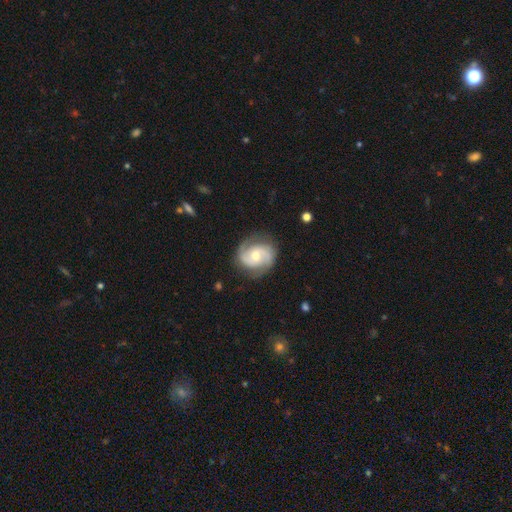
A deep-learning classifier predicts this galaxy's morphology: Q: Smooth or featured?
A: featured or disk (86%); runner-up: smooth (9%)
Q: Edge-on disk?
A: no (98%); runner-up: yes (2%)
Q: Bar?
A: no (59%); runner-up: weak (33%)
Q: Spiral arms?
A: yes (97%); runner-up: no (3%)
Q: Spiral winding?
A: medium (49%); runner-up: tight (35%)
Q: Spiral arm count?
A: 2 (89%); runner-up: can't tell (4%)
Q: Bulge size?
A: moderate (60%); runner-up: small (35%)
Q: Merging?
A: none (81%); runner-up: minor disturbance (13%)